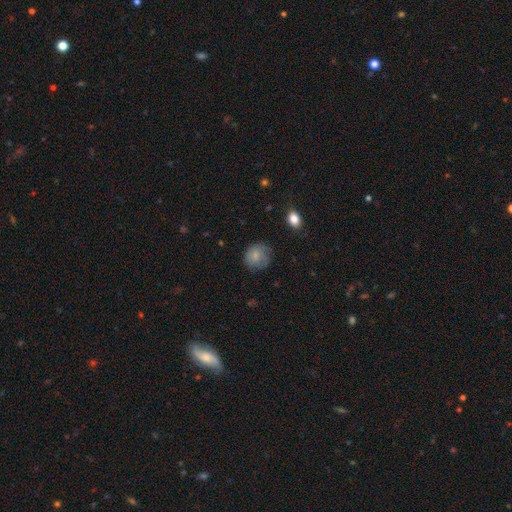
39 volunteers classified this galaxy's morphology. This appears to be a smooth galaxy with no disk features (77%) that is round (77%). Merging: none (54%).